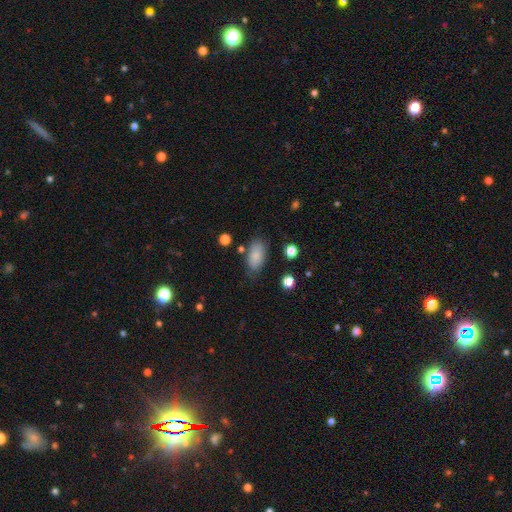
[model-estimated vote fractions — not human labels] smooth 84%, featured or disk 8%, star or artifact 7%. Down the decision tree: how rounded — in between (92%); merging — none (73%).